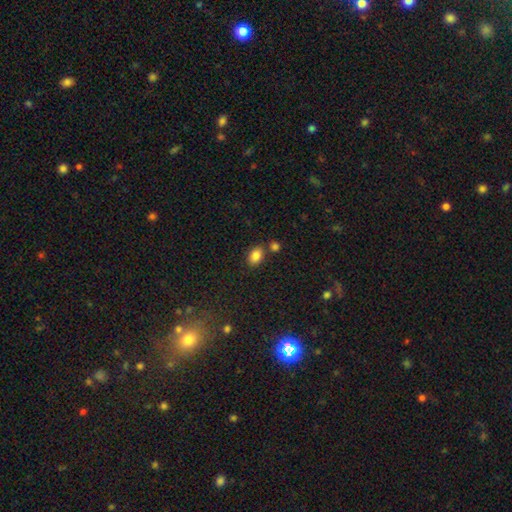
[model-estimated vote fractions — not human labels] Smooth or featured? smooth (85%)
How rounded? in between (83%)
Merging? none (73%)